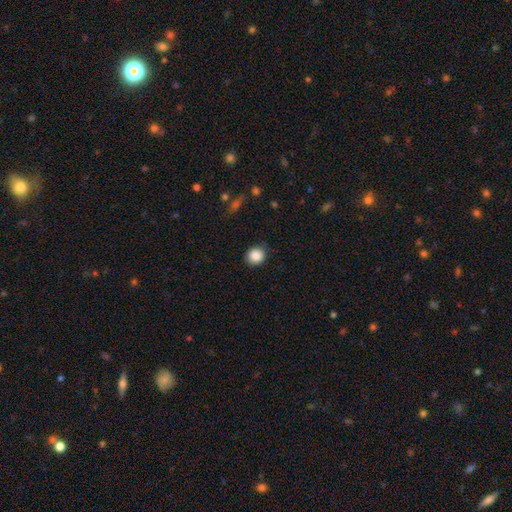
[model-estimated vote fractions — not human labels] smooth 87%, star or artifact 9%, featured or disk 4%. Down the decision tree: how rounded — round (83%); merging — none (84%).